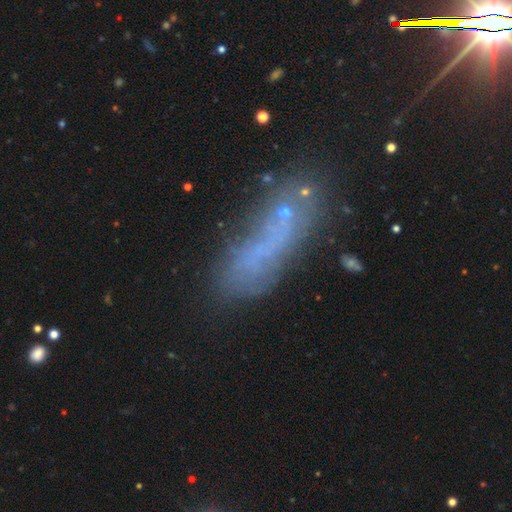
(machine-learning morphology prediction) Smooth or featured?
  - smooth: 43% *
  - featured or disk: 40%
  - star or artifact: 17%
Merging?
  - none: 45% *
  - minor disturbance: 23%
  - major disturbance: 21%
  - merger: 12%